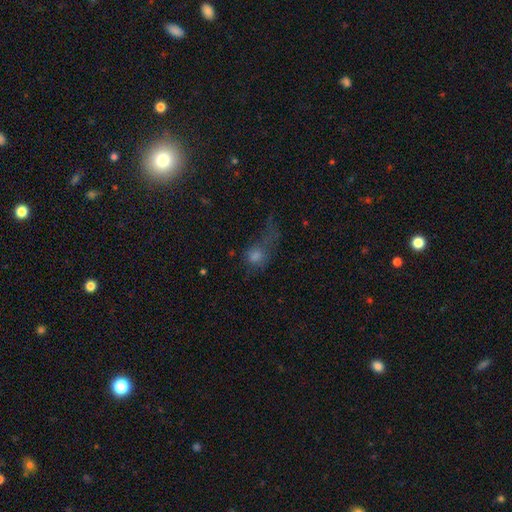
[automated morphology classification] The model was most divided on "how rounded": round: 54%, in between: 40%, cigar-shaped: 6%. Remaining: smooth or featured — smooth (55%); merging — major disturbance (46%).